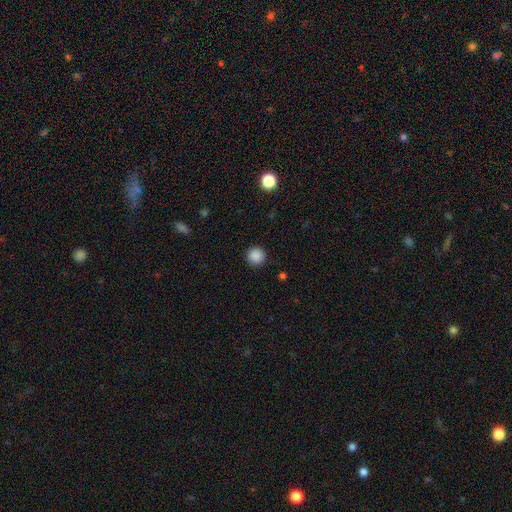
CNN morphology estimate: smooth_or_featured: smooth (p=0.88) [alt: star or artifact p=0.10]
how_rounded: round (p=0.95) [alt: in between p=0.04]
merging: none (p=0.92) [alt: minor disturbance p=0.05]